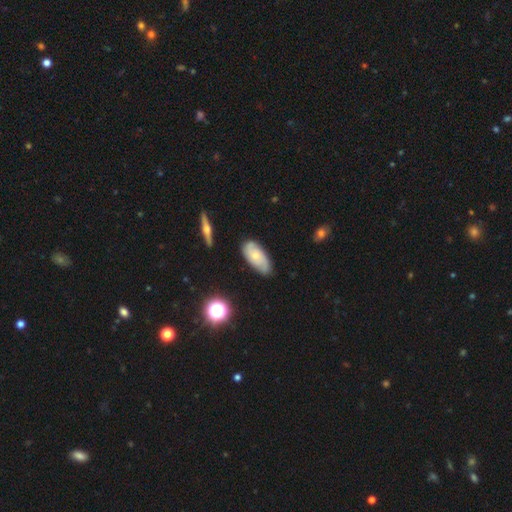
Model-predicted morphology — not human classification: type=featured or disk (54%); edge-on=no (89%); merging=none (74%).